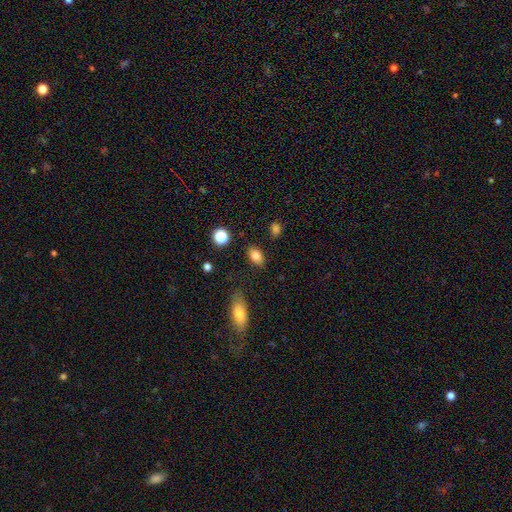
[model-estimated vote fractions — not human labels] smooth-or-featured: smooth: 83% | star or artifact: 9% | featured or disk: 8%
  how-rounded: in between: 83% | round: 15% | cigar-shaped: 2%
  merging: none: 84% | minor disturbance: 10% | major disturbance: 3% | merger: 2%